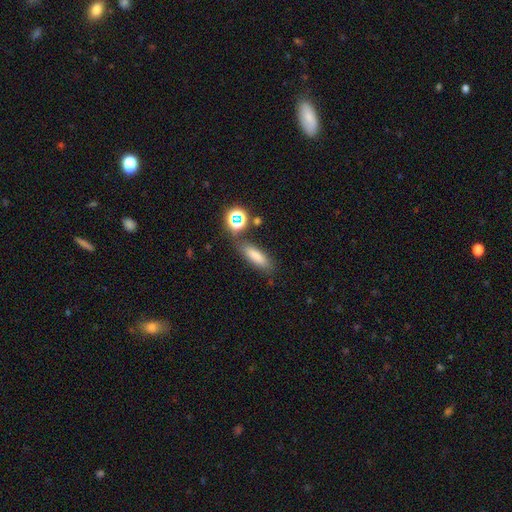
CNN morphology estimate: Smooth or featured? smooth (78%)
How rounded? cigar-shaped (50%)
Merging? none (75%)